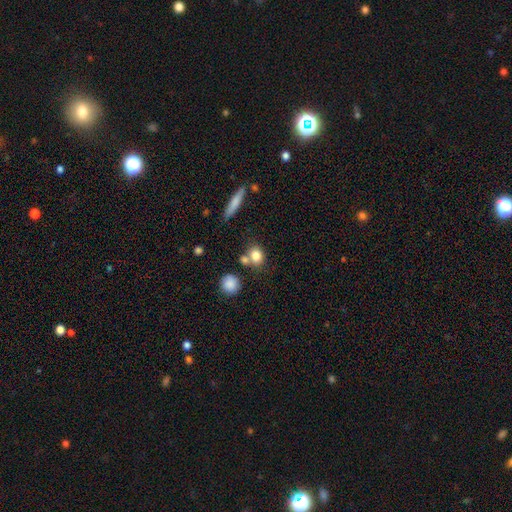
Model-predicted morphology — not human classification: The model was most divided on "how rounded": round: 58%, in between: 39%, cigar-shaped: 3%. More confident: smooth or featured — smooth (80%); merging — none (56%).